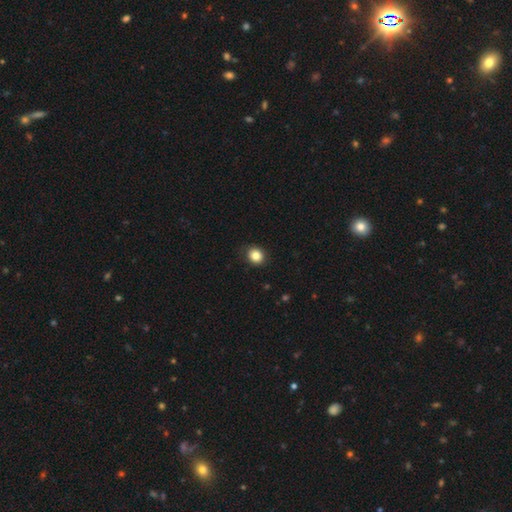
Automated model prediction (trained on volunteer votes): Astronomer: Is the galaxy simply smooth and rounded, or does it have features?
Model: smooth — 84%.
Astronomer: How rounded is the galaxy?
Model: round — 75%.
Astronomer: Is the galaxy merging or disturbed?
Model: none — 88%.